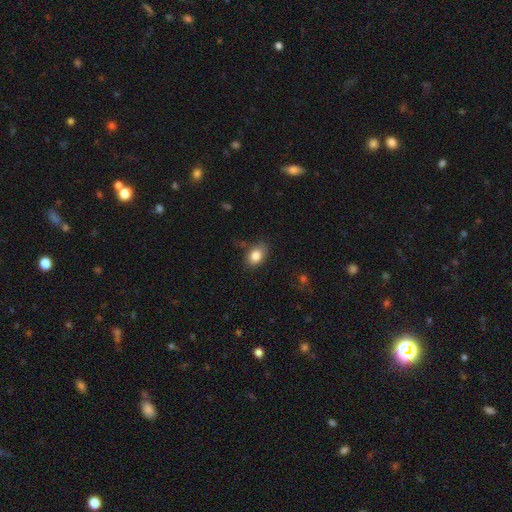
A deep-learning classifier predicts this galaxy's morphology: A smooth galaxy with no disk features (84%) that is in between round and cigar-shaped (77%). Merging: none (73%).